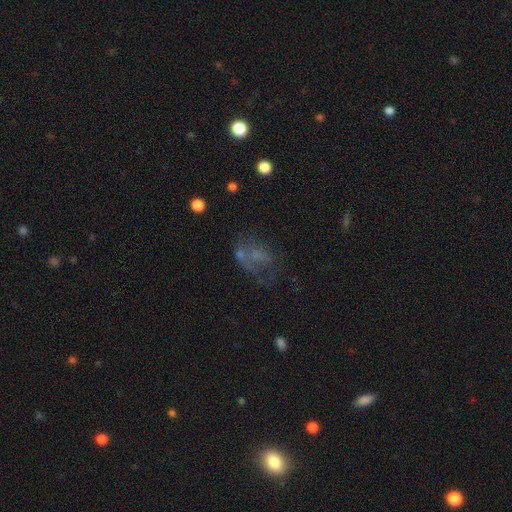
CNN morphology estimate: This is marginally a featured or disk galaxy (43%). Merging: marginally major disturbance (36%).